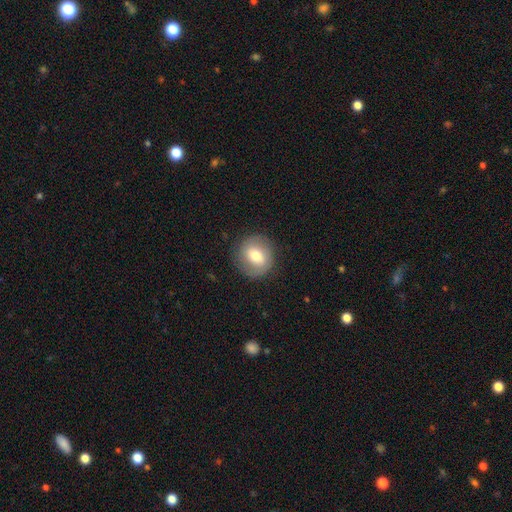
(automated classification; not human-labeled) A smooth galaxy with no disk features (61%) that is round (85%).

Vote fractions:
- Smooth or featured? smooth: 61% / featured or disk: 31% / star or artifact: 8%
- How rounded? round: 85% / in between: 14% / cigar-shaped: 1%
- Merging? none: 85% / minor disturbance: 10% / major disturbance: 4% / merger: 1%